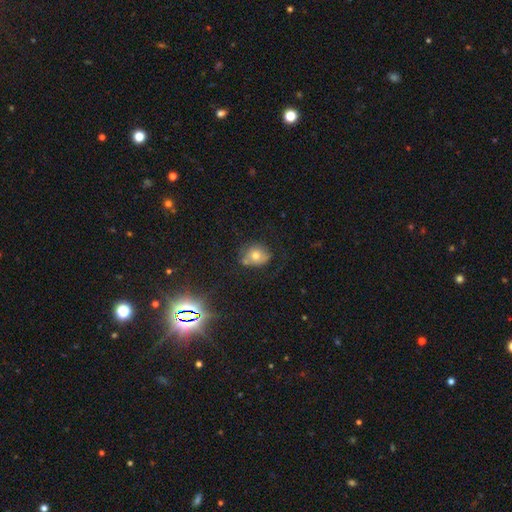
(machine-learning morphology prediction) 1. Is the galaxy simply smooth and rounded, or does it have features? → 65% smooth, 20% featured or disk, 15% star or artifact.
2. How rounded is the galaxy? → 62% round, 36% in between, 1% cigar-shaped.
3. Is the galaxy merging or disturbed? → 56% none, 23% minor disturbance, 12% merger, 9% major disturbance.